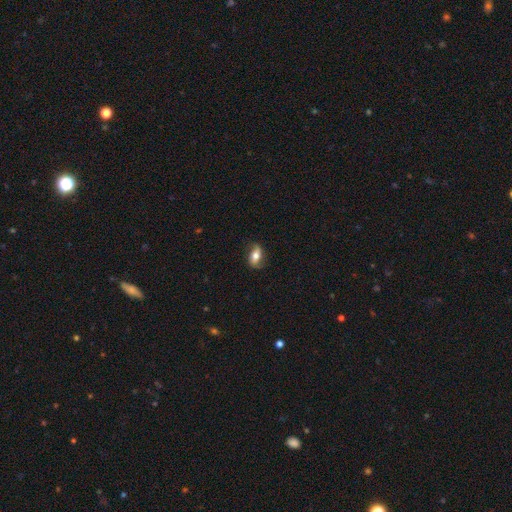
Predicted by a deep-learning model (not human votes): A smooth galaxy with no disk features (48%).

Vote fractions:
- Smooth or featured? smooth: 48% / featured or disk: 44% / star or artifact: 8%
- Merging? none: 75% / minor disturbance: 18% / major disturbance: 6% / merger: 1%